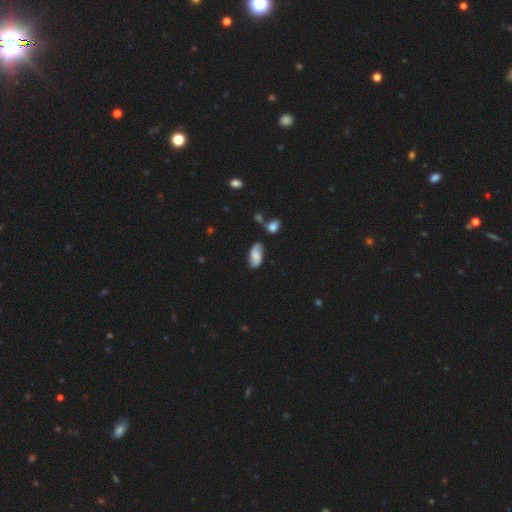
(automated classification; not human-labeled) Smooth or featured? Predicted: smooth (p=0.51). How rounded? Predicted: in between (p=0.92). Merging? Predicted: none (p=0.73).